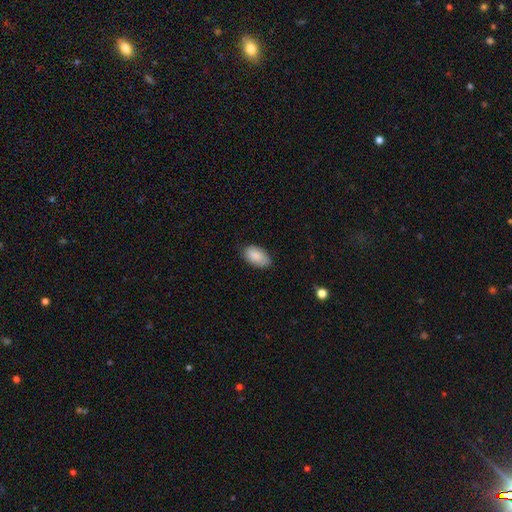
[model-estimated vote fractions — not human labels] Q: Smooth or featured?
A: smooth (87%); runner-up: featured or disk (7%)
Q: How rounded?
A: in between (94%); runner-up: round (4%)
Q: Merging?
A: none (78%); runner-up: minor disturbance (18%)